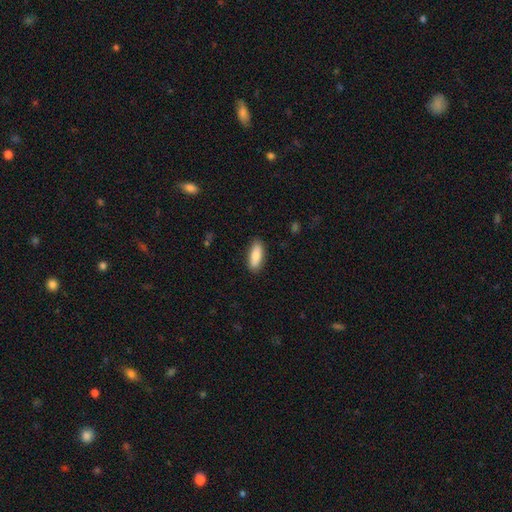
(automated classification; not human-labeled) Smooth or featured? Predicted: smooth (p=0.82). How rounded? Predicted: in between (p=0.70). Merging? Predicted: none (p=0.87).